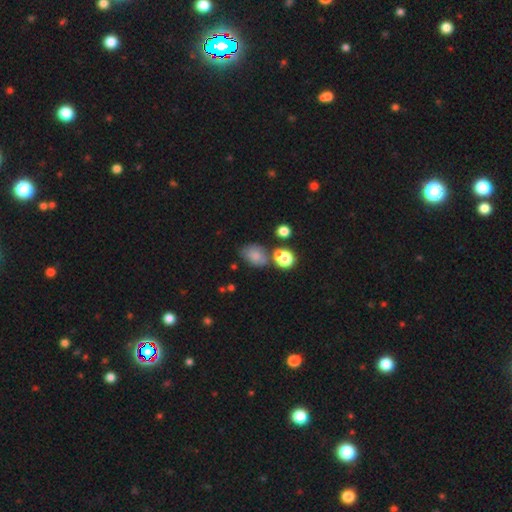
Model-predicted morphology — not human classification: smooth 69%, star or artifact 16%, featured or disk 15%. Down the decision tree: how rounded — in between (73%); merging — none (54%).